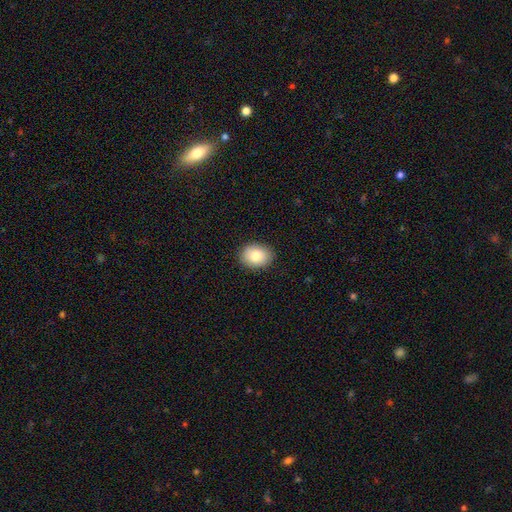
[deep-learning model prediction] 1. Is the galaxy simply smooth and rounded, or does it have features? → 84% smooth, 9% featured or disk, 8% star or artifact.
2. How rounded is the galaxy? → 59% in between, 40% round, 1% cigar-shaped.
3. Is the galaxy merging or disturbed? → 89% none, 8% minor disturbance, 2% major disturbance, 1% merger.